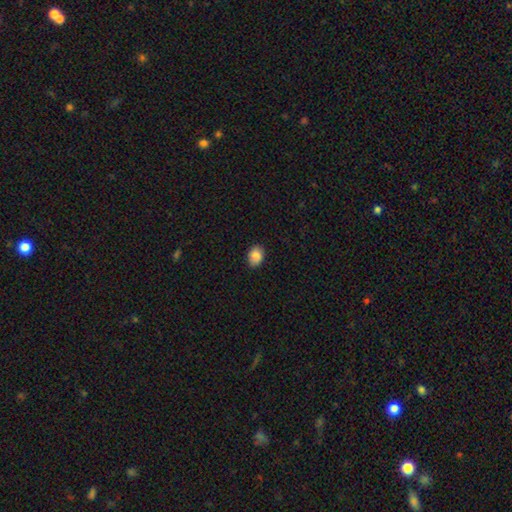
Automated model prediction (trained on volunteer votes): smooth-or-featured: smooth: 87% | star or artifact: 8% | featured or disk: 6%
  how-rounded: in between: 76% | round: 23% | cigar-shaped: 1%
  merging: none: 87% | minor disturbance: 10% | major disturbance: 2% | merger: 1%